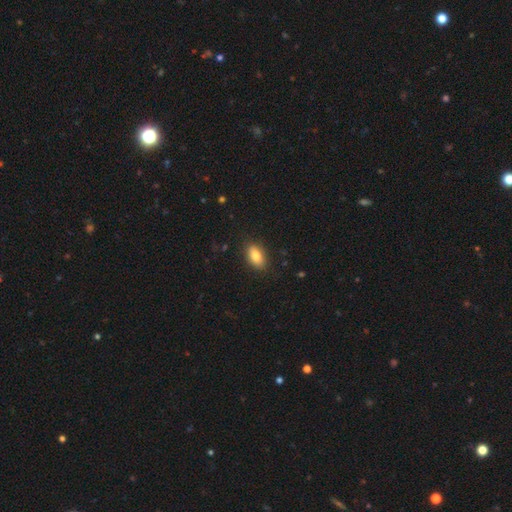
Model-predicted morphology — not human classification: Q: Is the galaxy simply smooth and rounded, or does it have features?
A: smooth — 81%.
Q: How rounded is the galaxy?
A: in between — 89%.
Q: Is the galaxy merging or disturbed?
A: none — 85%.